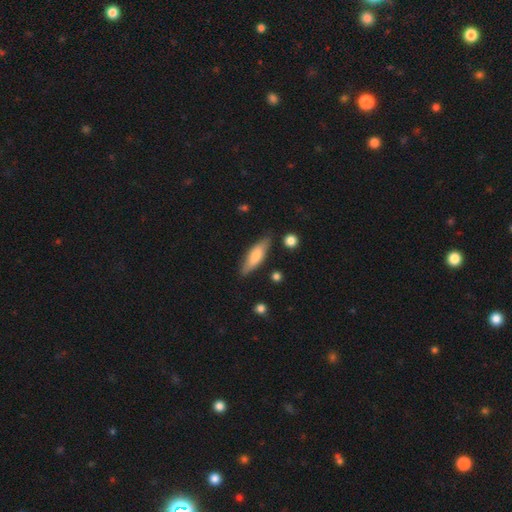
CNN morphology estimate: Smooth or featured? smooth (65%)
How rounded? cigar-shaped (58%)
Merging? none (82%)